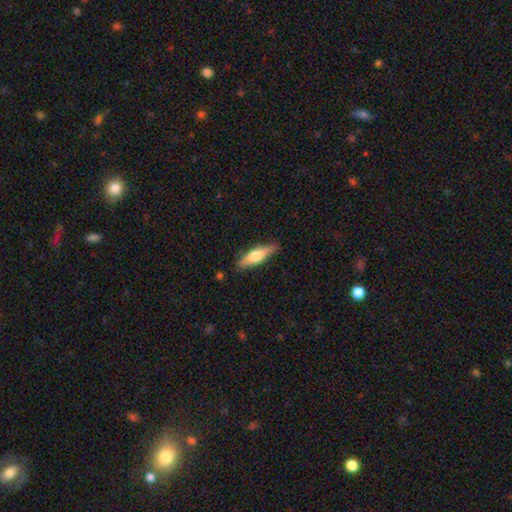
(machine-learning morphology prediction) Smooth or featured? Predicted: smooth (p=0.53). How rounded? Predicted: cigar-shaped (p=0.65). Merging? Predicted: none (p=0.86).